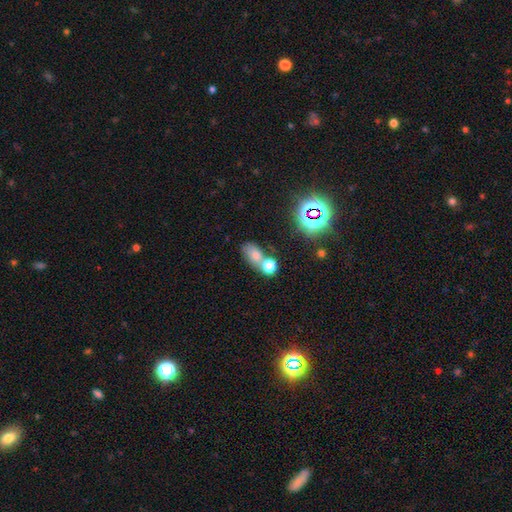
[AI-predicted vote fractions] This appears to be a smooth galaxy with no disk features (68%) that is in between round and cigar-shaped (72%). Merging: merger (47%).